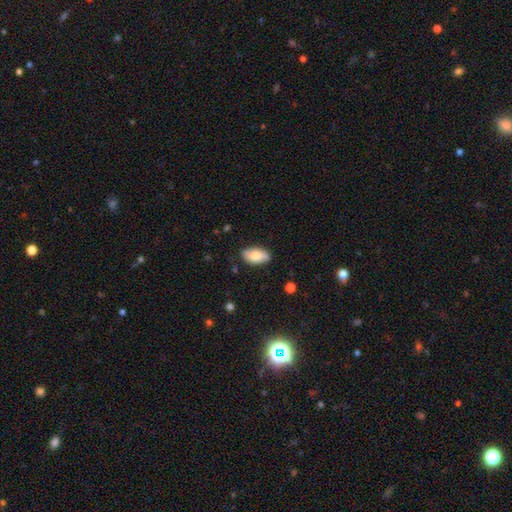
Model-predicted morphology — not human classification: Smooth or featured? Predicted: smooth (p=0.68). How rounded? Predicted: in between (p=0.93). Merging? Predicted: none (p=0.81).